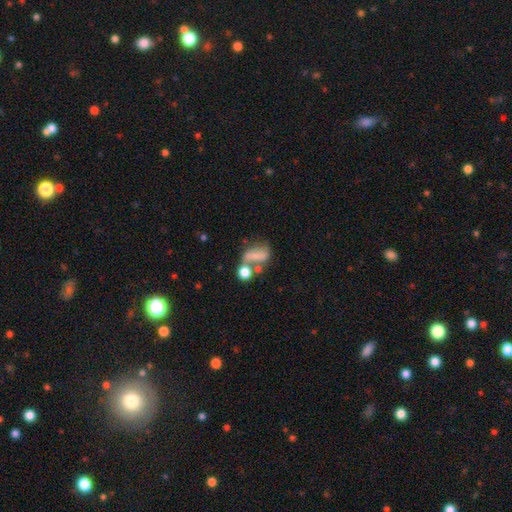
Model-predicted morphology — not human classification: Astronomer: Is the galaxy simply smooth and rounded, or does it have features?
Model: smooth — 59%.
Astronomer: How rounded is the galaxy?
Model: in between — 67%.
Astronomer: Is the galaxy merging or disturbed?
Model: merger — 37% (runner-up: none, 27%).